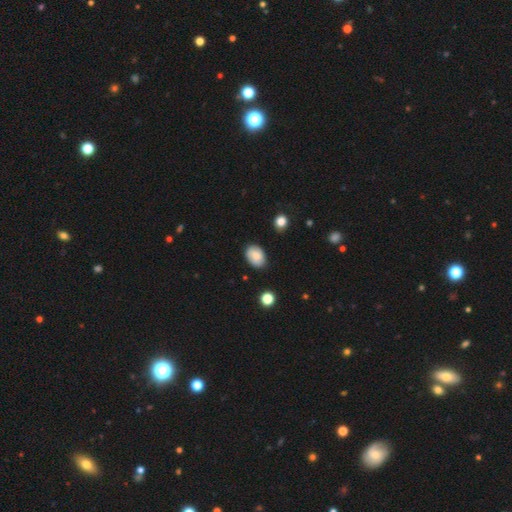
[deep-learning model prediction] Overall: smooth (77%). How rounded: in between (81%). Merging: none (81%).